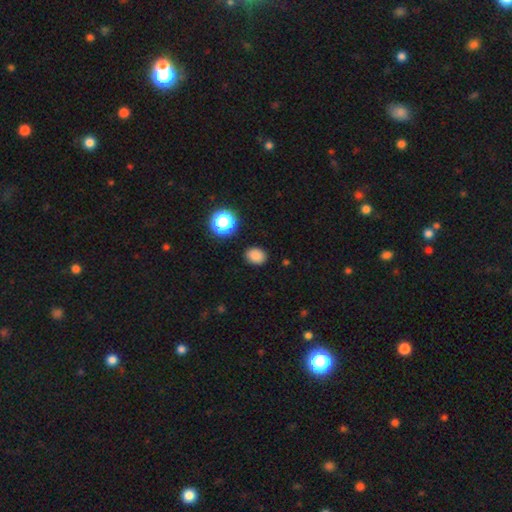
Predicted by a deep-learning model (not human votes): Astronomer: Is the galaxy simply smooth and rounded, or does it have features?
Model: smooth — 84%.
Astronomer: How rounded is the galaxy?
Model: in between — 54% (runner-up: round, 45%).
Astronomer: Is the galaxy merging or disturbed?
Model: none — 87%.